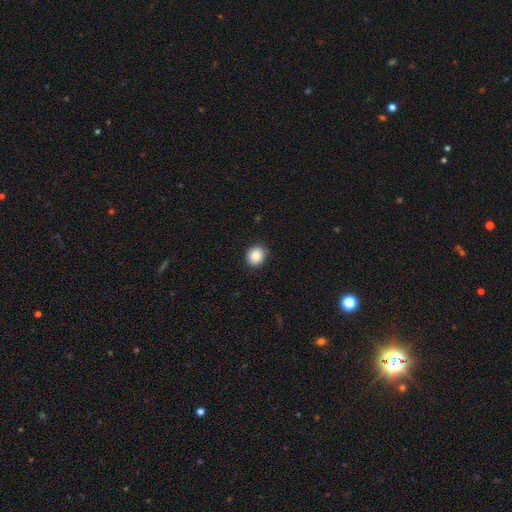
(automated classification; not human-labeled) smooth_or_featured: smooth (p=0.86) [alt: star or artifact p=0.09]
how_rounded: round (p=0.81) [alt: in between p=0.18]
merging: none (p=0.89) [alt: minor disturbance p=0.08]